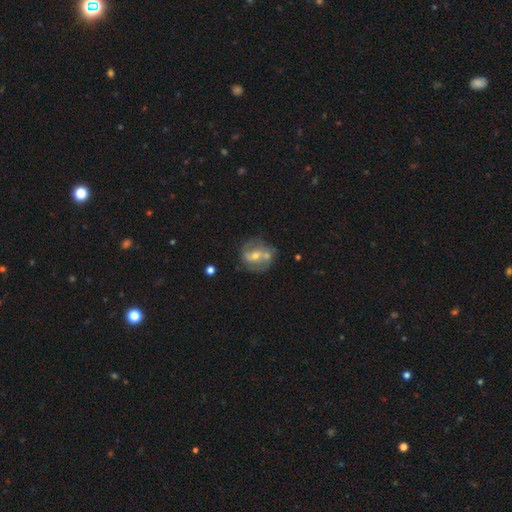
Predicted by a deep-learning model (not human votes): Smooth or featured?
  - featured or disk: 71% *
  - smooth: 20%
  - star or artifact: 9%
Edge-on disk?
  - no: 96% *
  - yes: 4%
Bar?
  - weak: 43% *
  - no: 33%
  - strong: 24%
Spiral arms?
  - yes: 81% *
  - no: 19%
Spiral winding?
  - medium: 45% *
  - loose: 31%
  - tight: 24%
Spiral arm count?
  - 2: 79% *
  - can't tell: 11%
  - 3: 4%
  - 1: 3%
  - 4: 2%
  - more than 4: 1%
Bulge size?
  - moderate: 54% *
  - small: 40%
  - large: 2%
  - none: 2%
  - dominant: 1%
Merging?
  - none: 63% *
  - merger: 17%
  - minor disturbance: 14%
  - major disturbance: 6%